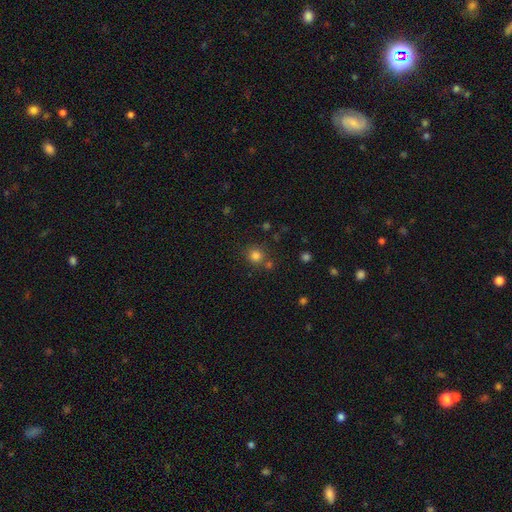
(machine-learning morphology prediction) The model was most divided on "merging": none: 73%, merger: 14%, minor disturbance: 10%, major disturbance: 3%. More confident: how rounded — round (88%); smooth or featured — smooth (80%).